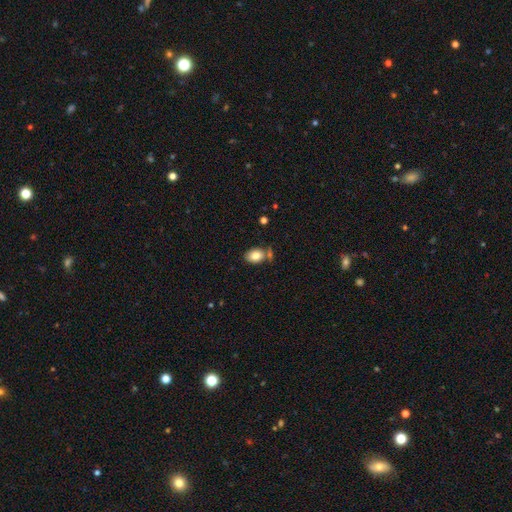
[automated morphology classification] Smooth or featured? Predicted: smooth (p=0.83). How rounded? Predicted: in between (p=0.76). Merging? Predicted: none (p=0.62).